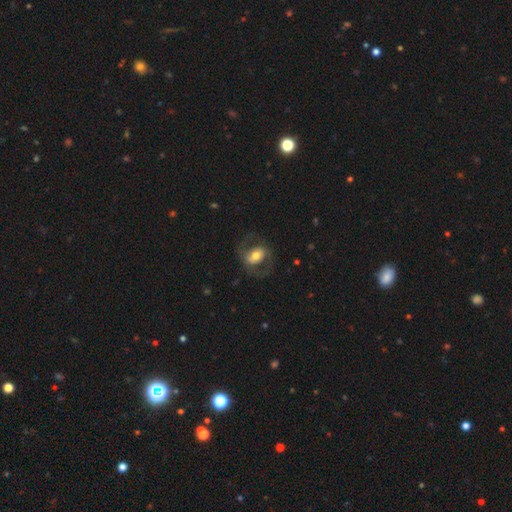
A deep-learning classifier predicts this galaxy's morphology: Smooth or featured? Predicted: featured or disk (p=0.53). Edge-on disk? Predicted: no (p=0.95). Bar? Predicted: no (p=0.44). Spiral arms? Predicted: yes (p=0.60). Bulge size? Predicted: moderate (p=0.61). Merging? Predicted: none (p=0.66).